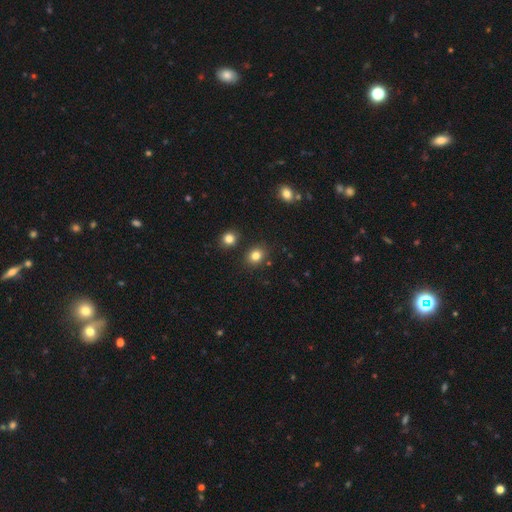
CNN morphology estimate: Q: Smooth or featured?
A: smooth (82%); runner-up: star or artifact (12%)
Q: How rounded?
A: round (63%); runner-up: in between (36%)
Q: Merging?
A: none (84%); runner-up: minor disturbance (8%)